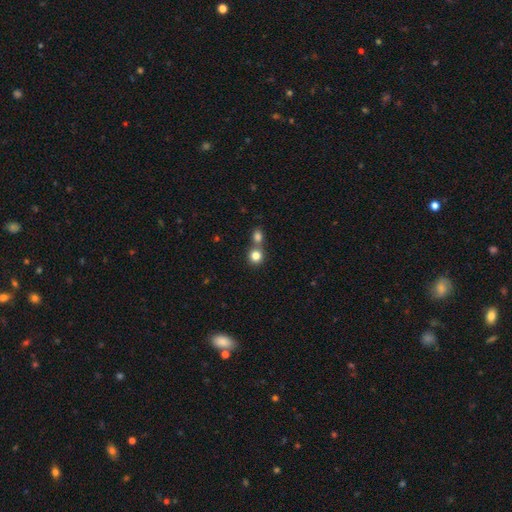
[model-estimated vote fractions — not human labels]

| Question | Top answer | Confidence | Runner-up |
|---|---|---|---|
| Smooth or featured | smooth | 82% | star or artifact (11%) |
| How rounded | round | 87% | in between (12%) |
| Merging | none | 52% | merger (39%) |